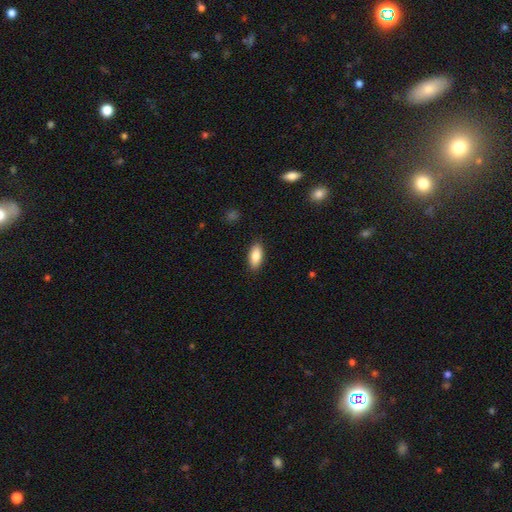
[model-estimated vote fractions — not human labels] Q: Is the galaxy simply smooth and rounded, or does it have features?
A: smooth — 85%.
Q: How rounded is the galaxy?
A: in between — 89%.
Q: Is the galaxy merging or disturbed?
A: none — 88%.